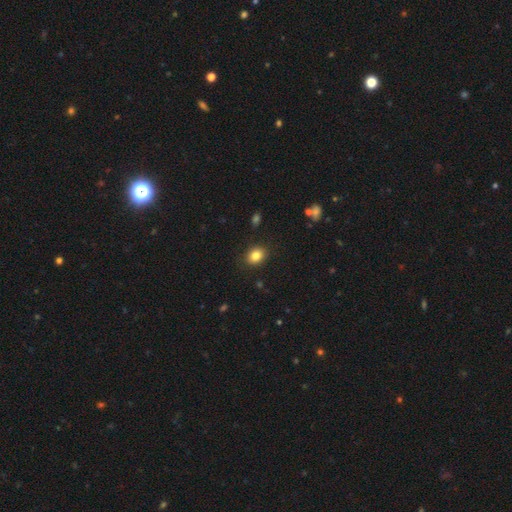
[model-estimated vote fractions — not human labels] Smooth or featured? smooth (84%)
How rounded? in between (50%)
Merging? none (88%)